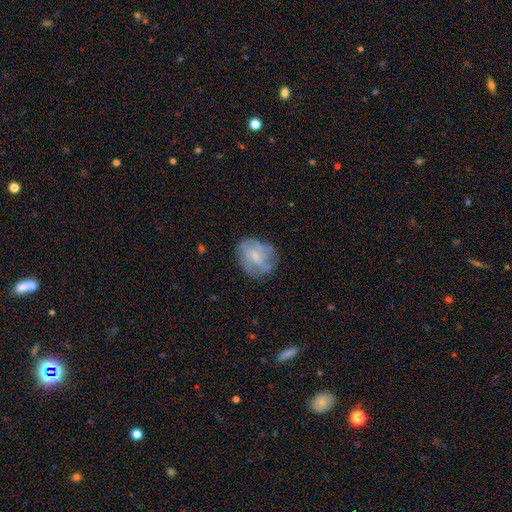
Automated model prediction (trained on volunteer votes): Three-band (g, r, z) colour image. It shows a featured or disk galaxy (54%) with no bar (65%), spiral arms (67%) and a small central bulge (52%). Merging: none (68%).